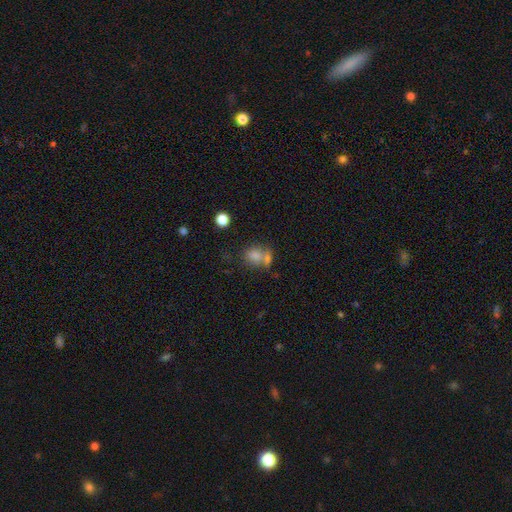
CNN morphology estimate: Overall: smooth (78%). How rounded: round (52%; in between 47%). Merging: merger (42%; none 40%).